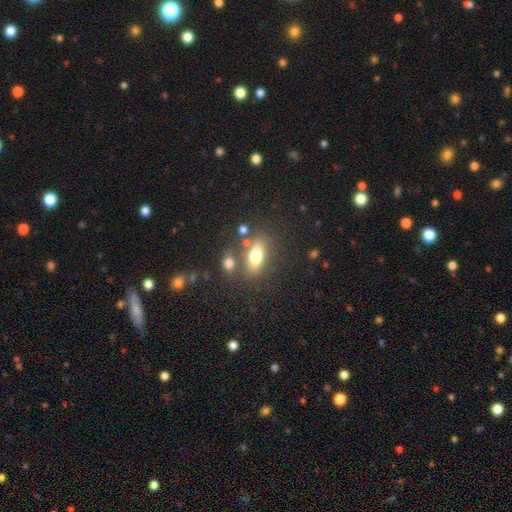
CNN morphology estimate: smooth 69%, featured or disk 21%, star or artifact 10%. Down the decision tree: how rounded — in between (76%); merging — none (68%).